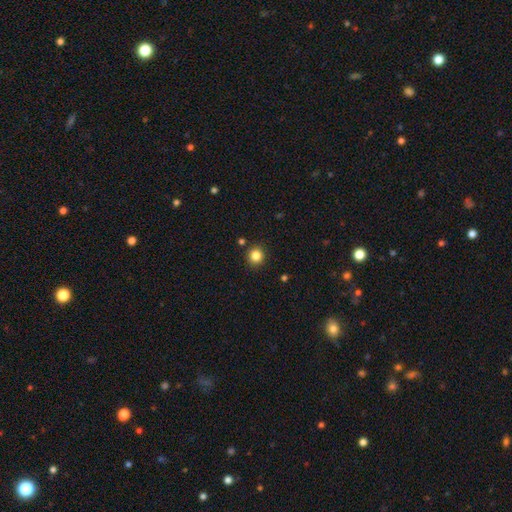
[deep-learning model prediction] Morphology: type=smooth (84%); roundness=round (92%); merging=none (90%).